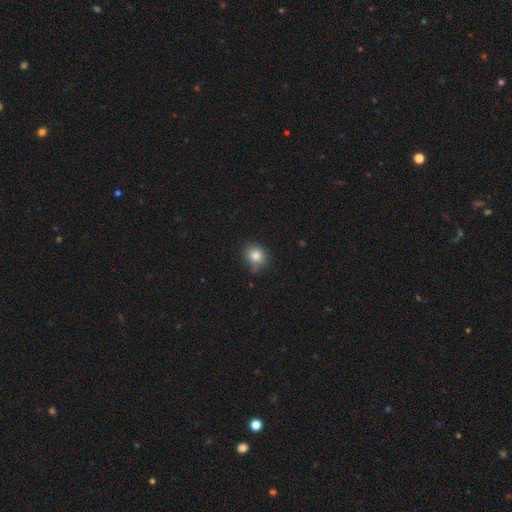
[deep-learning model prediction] Morphology: type=smooth (82%); roundness=round (71%); merging=none (74%).